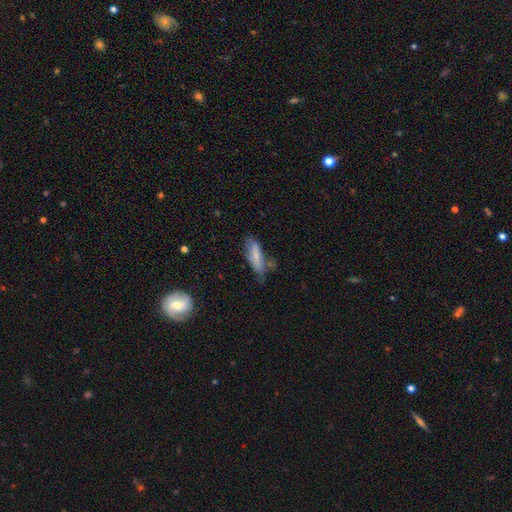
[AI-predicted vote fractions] This is likely a smooth galaxy (67%). How rounded: possibly in between (51%). Merging: possibly none (53%).